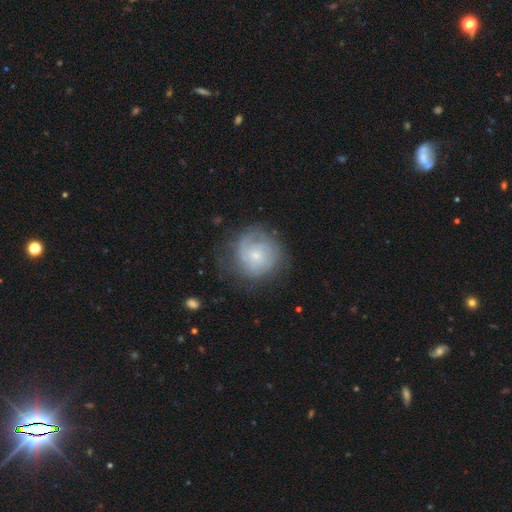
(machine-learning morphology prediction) A featured or disk galaxy (58%) with no bar (78%), spiral arms (80%) and a small central bulge (76%). Merging: none (63%).